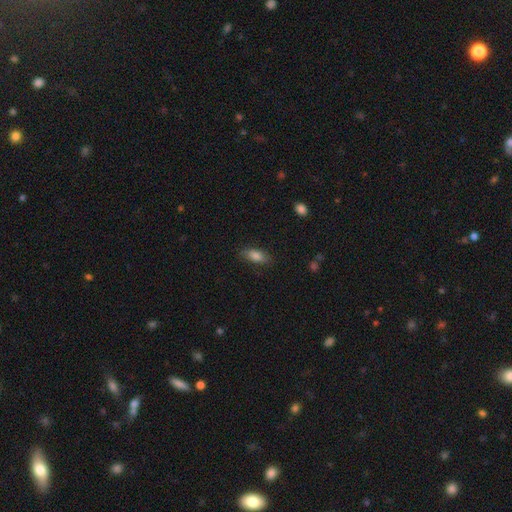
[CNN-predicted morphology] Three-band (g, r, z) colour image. It shows a smooth galaxy with no disk features (82%) that is in between round and cigar-shaped (82%). Merging: none (81%).